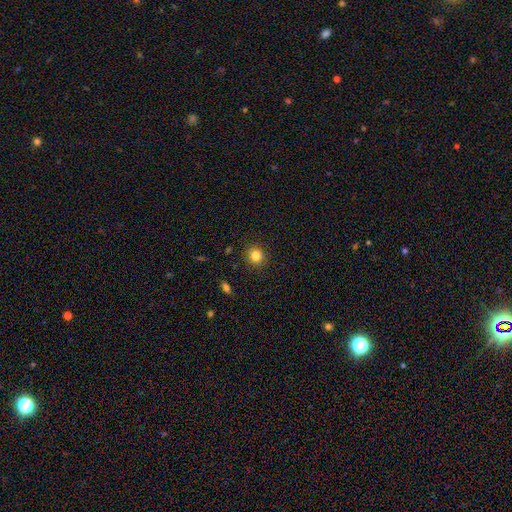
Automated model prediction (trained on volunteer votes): This appears to be a smooth galaxy with no disk features (83%) that is round (88%). Merging: none (90%).